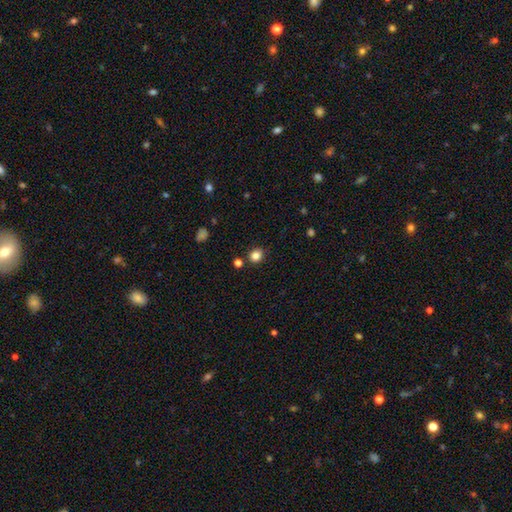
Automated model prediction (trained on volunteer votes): A smooth galaxy with no disk features (83%) that is round (76%). Merging: none (82%).